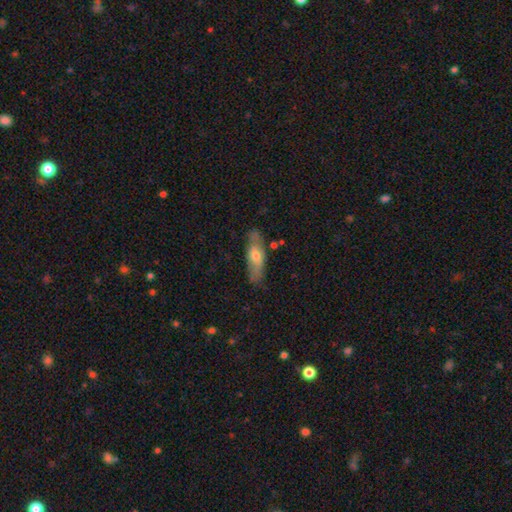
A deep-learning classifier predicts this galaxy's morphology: This appears to be a smooth galaxy with no disk features (49%). Merging: none (77%).